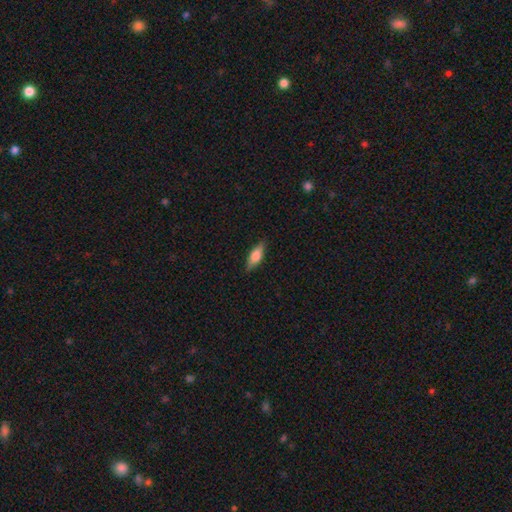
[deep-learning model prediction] A smooth galaxy with no disk features (71%) that is in between round and cigar-shaped (65%).

Vote fractions:
- Smooth or featured? smooth: 71% / featured or disk: 23% / star or artifact: 7%
- How rounded? in between: 65% / cigar-shaped: 32% / round: 3%
- Merging? none: 85% / minor disturbance: 12% / major disturbance: 2% / merger: 1%